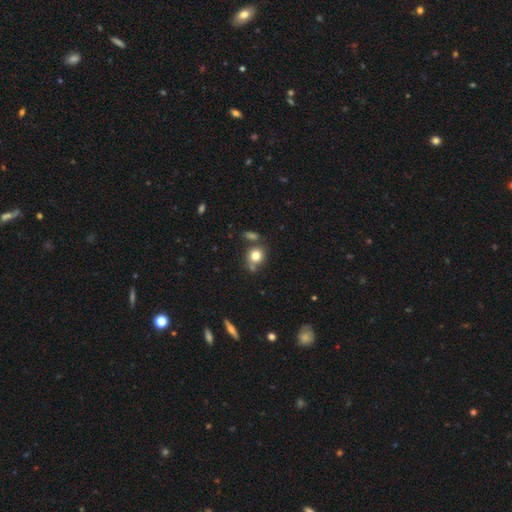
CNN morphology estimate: Smooth or featured: smooth — 80% (star or artifact — 11%)
How rounded: round — 75% (in between — 24%)
Merging: none — 61% (merger — 18%)